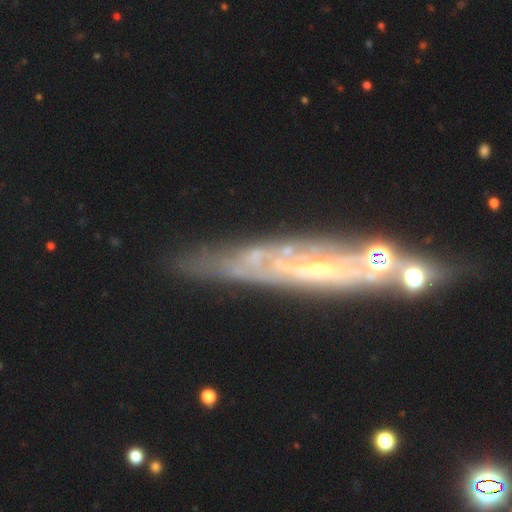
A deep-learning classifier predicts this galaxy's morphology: The model was most divided on "edge-on disk": yes: 52%, no: 48%. More confident: smooth or featured — featured or disk (75%); merging — none (70%).